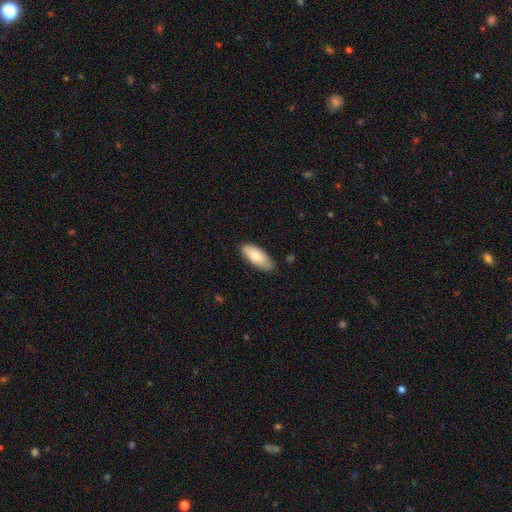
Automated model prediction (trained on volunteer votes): Smooth or featured?
  - smooth: 80% *
  - featured or disk: 14%
  - star or artifact: 6%
How rounded?
  - in between: 85% *
  - cigar-shaped: 14%
  - round: 2%
Merging?
  - none: 79% *
  - minor disturbance: 17%
  - major disturbance: 3%
  - merger: 1%